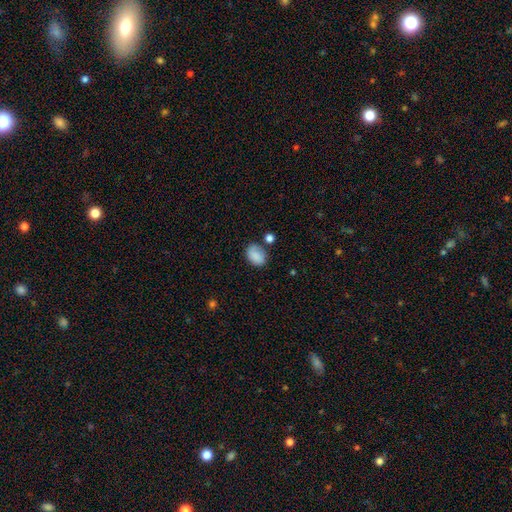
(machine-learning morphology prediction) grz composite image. It shows a smooth galaxy with no disk features (84%) that is in between round and cigar-shaped (72%). Merging: none (62%).